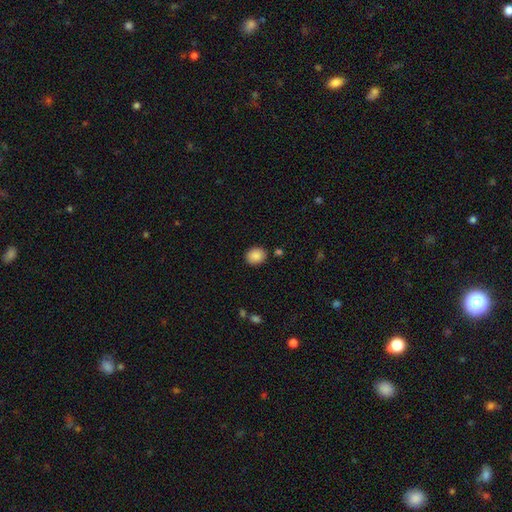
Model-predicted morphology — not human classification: A smooth galaxy with no disk features (88%) that is round (56%).

Vote fractions:
- Smooth or featured? smooth: 88% / star or artifact: 8% / featured or disk: 4%
- How rounded? round: 56% / in between: 44% / cigar-shaped: 1%
- Merging? none: 85% / minor disturbance: 9% / merger: 3% / major disturbance: 2%